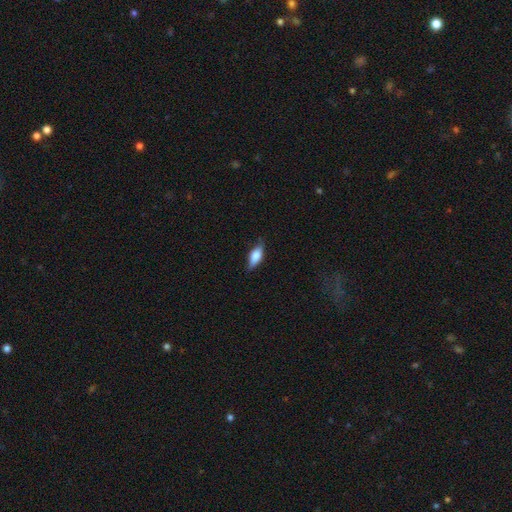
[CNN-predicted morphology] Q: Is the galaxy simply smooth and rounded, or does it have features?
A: smooth — 68%.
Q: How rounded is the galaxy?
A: in between — 73%.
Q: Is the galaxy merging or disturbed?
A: none — 77%.